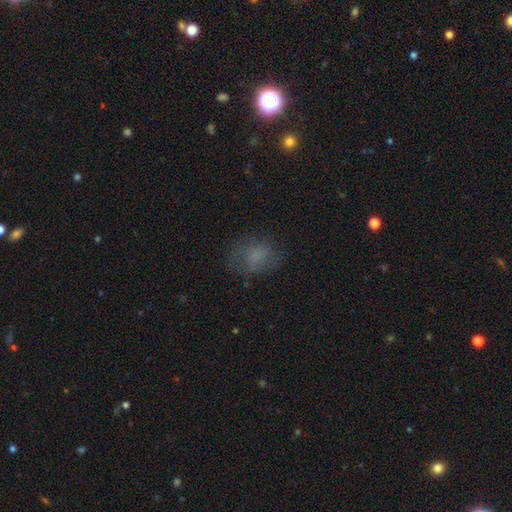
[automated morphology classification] smooth-or-featured: smooth: 64% | featured or disk: 21% | star or artifact: 15%
  how-rounded: in between: 57% | round: 42% | cigar-shaped: 1%
  merging: none: 67% | minor disturbance: 19% | major disturbance: 13% | merger: 1%